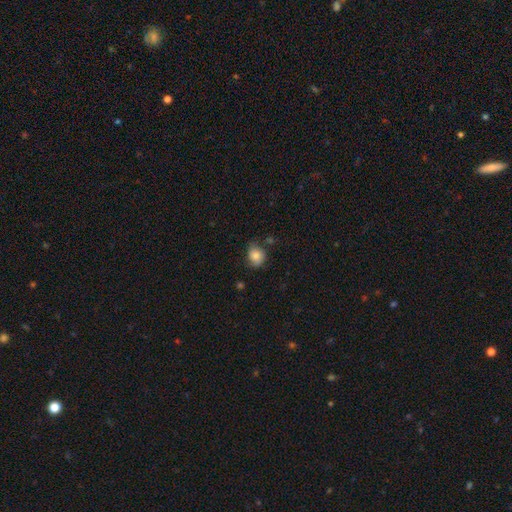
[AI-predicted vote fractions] This is likely a smooth galaxy (78%). How rounded: likely round (63%). Merging: likely none (64%).